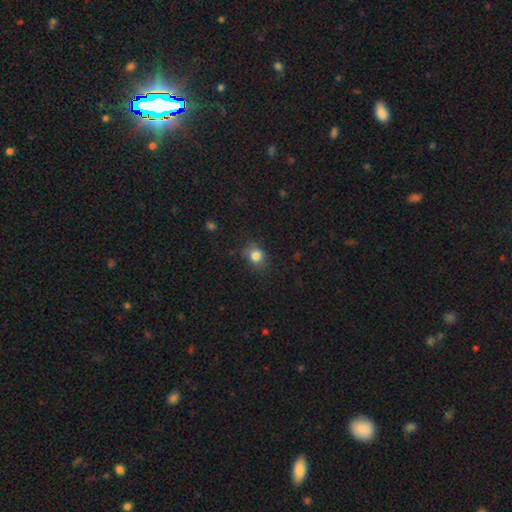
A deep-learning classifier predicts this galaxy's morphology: Smooth or featured? smooth (82%)
How rounded? round (60%)
Merging? none (76%)